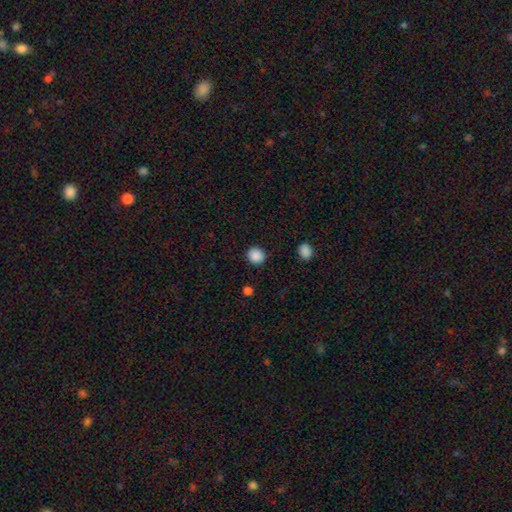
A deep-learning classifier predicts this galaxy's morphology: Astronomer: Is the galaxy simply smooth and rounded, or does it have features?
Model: smooth — 88%.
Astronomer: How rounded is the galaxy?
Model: round — 89%.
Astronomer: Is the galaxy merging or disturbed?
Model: none — 90%.